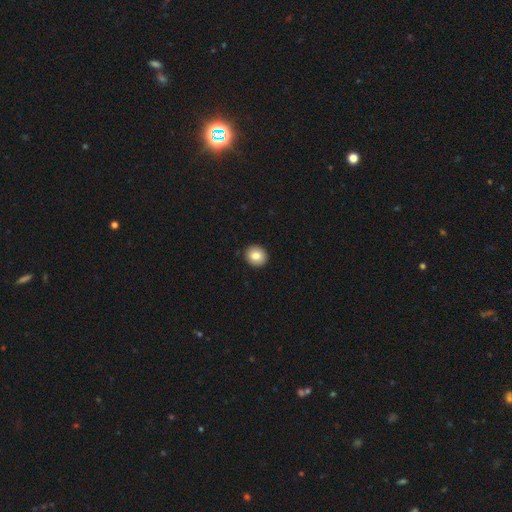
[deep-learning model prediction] This is clearly a smooth galaxy (82%). How rounded: clearly round (85%). Merging: clearly none (92%).